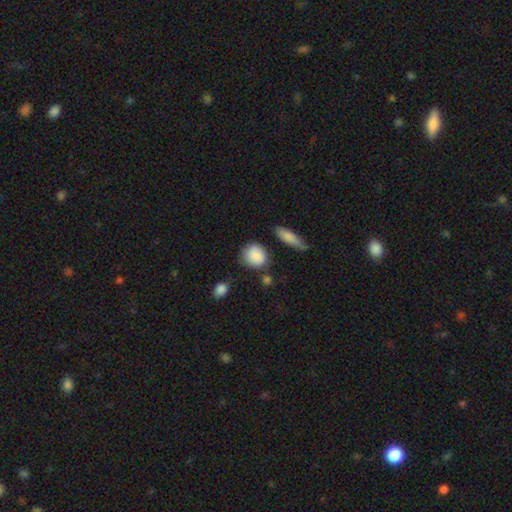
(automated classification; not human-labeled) smooth_or_featured: smooth (p=0.86) [alt: star or artifact p=0.07]
how_rounded: round (p=0.73) [alt: in between p=0.25]
merging: none (p=0.71) [alt: minor disturbance p=0.19]